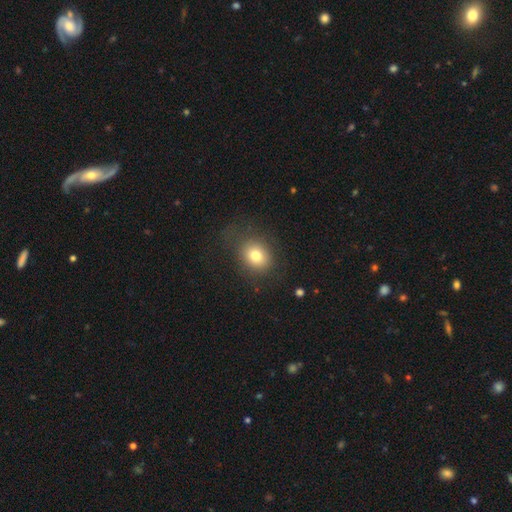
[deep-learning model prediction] This appears to be a smooth galaxy with no disk features (77%) that is round (61%). Merging: none (76%).